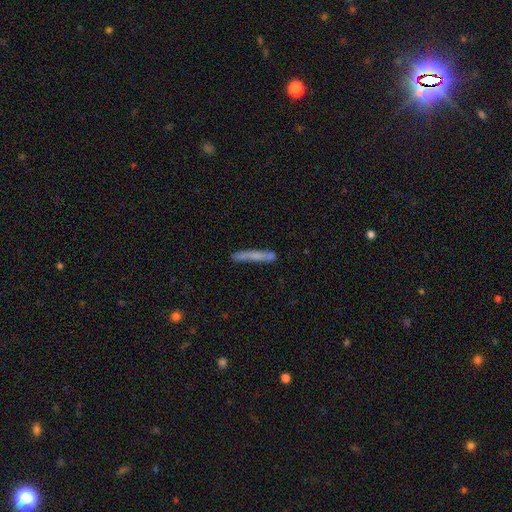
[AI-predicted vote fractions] The model was most divided on "smooth or featured": smooth: 63%, featured or disk: 29%, star or artifact: 8%. More confident: how rounded — cigar-shaped (94%); merging — none (70%).